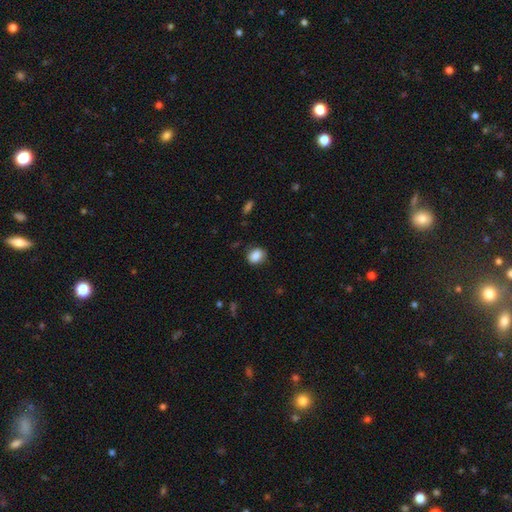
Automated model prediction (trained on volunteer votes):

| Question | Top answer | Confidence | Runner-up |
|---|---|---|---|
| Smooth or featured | smooth | 84% | star or artifact (8%) |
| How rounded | round | 53% | in between (46%) |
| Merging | none | 81% | minor disturbance (14%) |